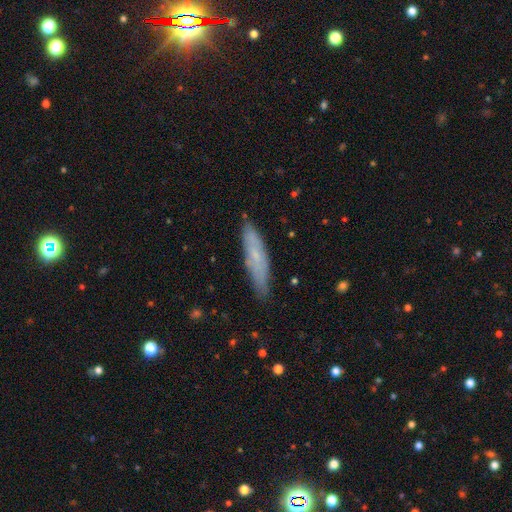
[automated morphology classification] smooth-or-featured: smooth: 56% | featured or disk: 37% | star or artifact: 7%
  how-rounded: cigar-shaped: 77% | in between: 21% | round: 2%
  merging: none: 81% | minor disturbance: 15% | major disturbance: 3% | merger: 1%